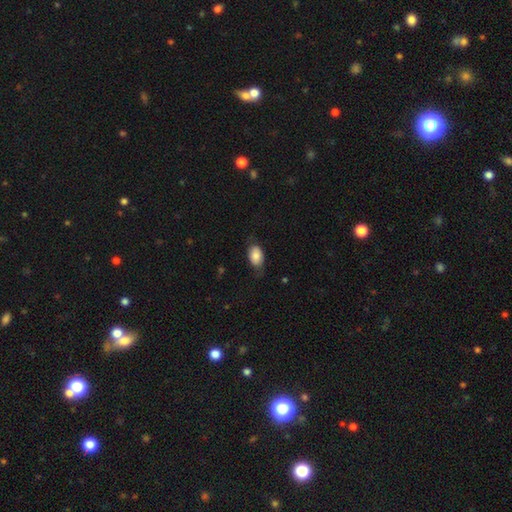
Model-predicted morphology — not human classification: smooth-or-featured: smooth: 79% | featured or disk: 15% | star or artifact: 7%
  how-rounded: in between: 89% | round: 9% | cigar-shaped: 2%
  merging: none: 65% | minor disturbance: 25% | major disturbance: 9% | merger: 1%